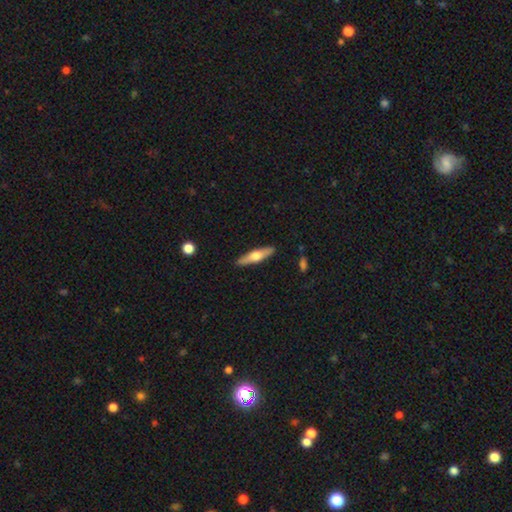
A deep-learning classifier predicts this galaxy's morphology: featured or disk 50%, smooth 45%, star or artifact 5%. Down the decision tree: merging — none (89%).